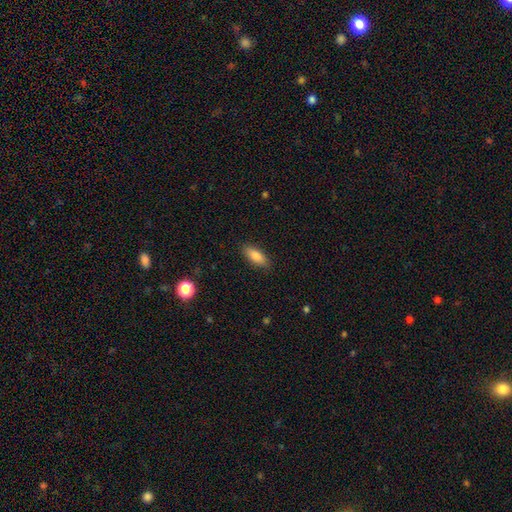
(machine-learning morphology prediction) Smooth or featured: smooth — 83% (featured or disk — 10%)
How rounded: in between — 72% (cigar-shaped — 25%)
Merging: none — 87% (minor disturbance — 9%)